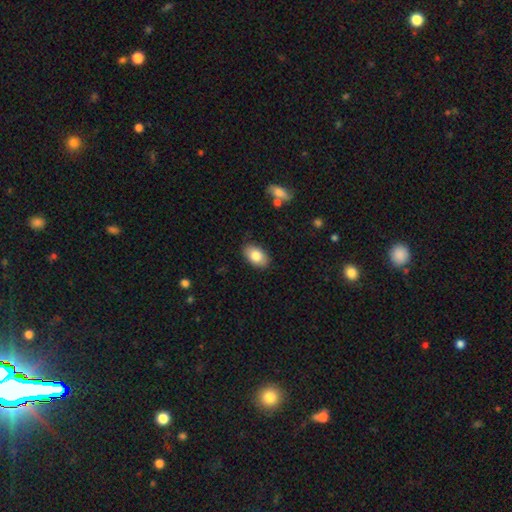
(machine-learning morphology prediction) This appears to be a smooth galaxy with no disk features (81%) that is in between round and cigar-shaped (92%). Merging: none (87%).